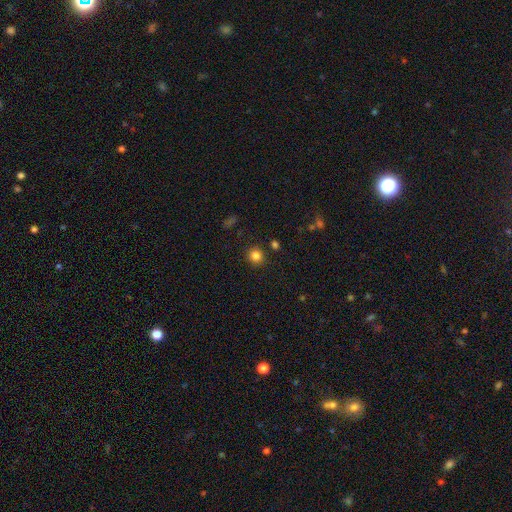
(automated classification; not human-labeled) The model was most divided on "smooth or featured": smooth: 82%, star or artifact: 13%, featured or disk: 5%. More confident: how rounded — round (90%); merging — none (89%).